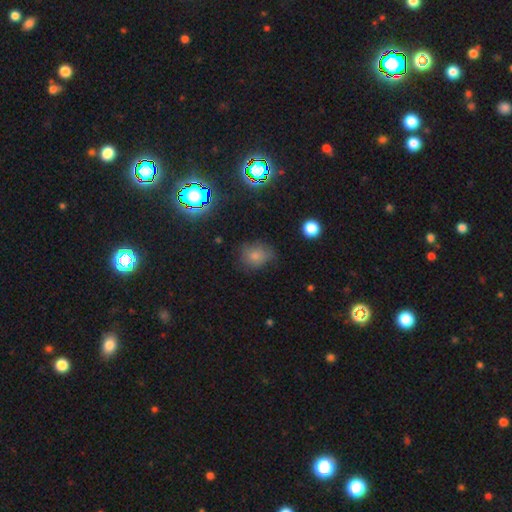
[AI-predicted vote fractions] smooth_or_featured: smooth (p=0.74) [alt: star or artifact p=0.15]
how_rounded: round (p=0.63) [alt: in between p=0.36]
merging: none (p=0.62) [alt: minor disturbance p=0.27]